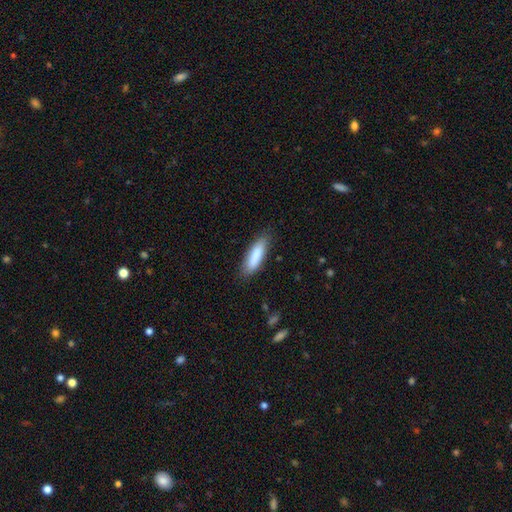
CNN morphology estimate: Smooth or featured: smooth — 85% (featured or disk — 9%)
How rounded: cigar-shaped — 54% (in between — 44%)
Merging: none — 83% (minor disturbance — 13%)